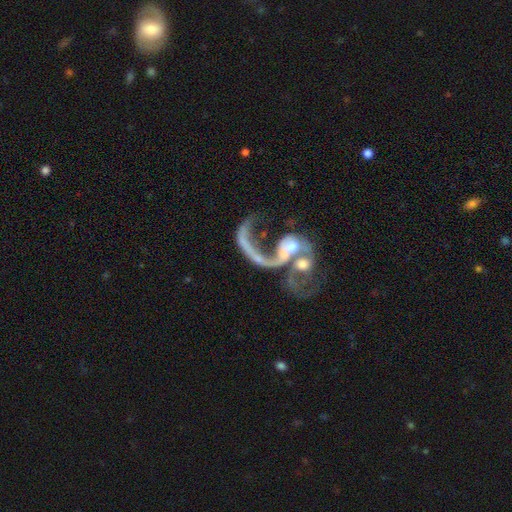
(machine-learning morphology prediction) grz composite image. It shows a featured or disk galaxy (74%) with no bar (67%), spiral arms (69%) and a moderate central bulge (37%). Merging: merger (67%).